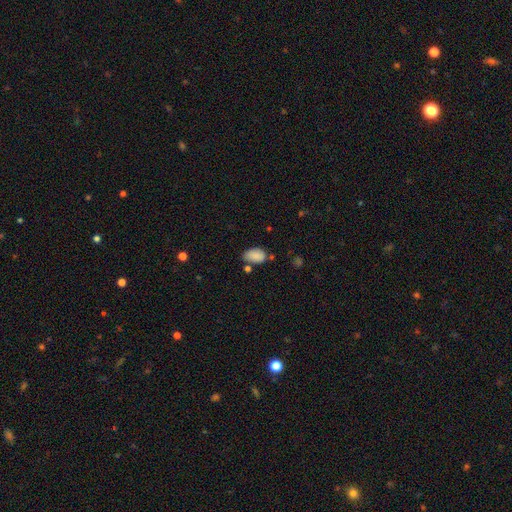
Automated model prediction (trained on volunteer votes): This appears to be a smooth galaxy with no disk features (85%) that is in between round and cigar-shaped (91%). Merging: none (61%).